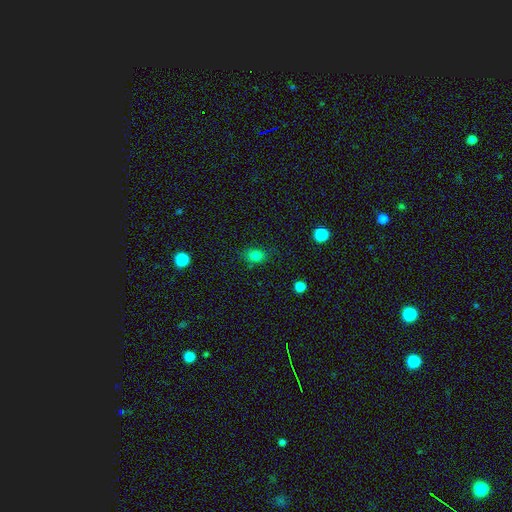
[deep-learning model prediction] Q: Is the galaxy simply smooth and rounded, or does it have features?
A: smooth — 81%.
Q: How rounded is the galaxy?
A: in between — 58%.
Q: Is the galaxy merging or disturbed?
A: none — 80%.